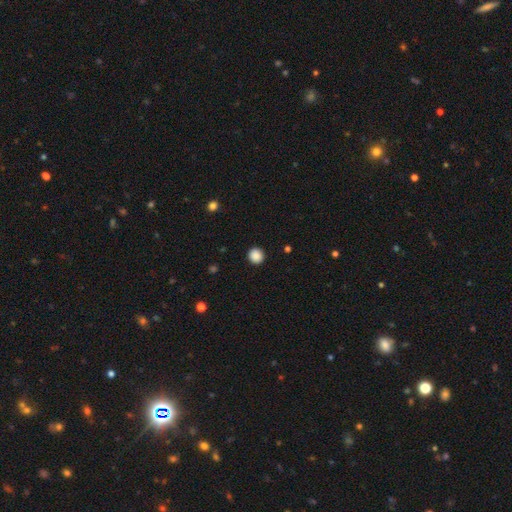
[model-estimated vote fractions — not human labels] Smooth or featured?
  - smooth: 89% *
  - star or artifact: 9%
  - featured or disk: 2%
How rounded?
  - round: 90% *
  - in between: 9%
  - cigar-shaped: 1%
Merging?
  - none: 92% *
  - minor disturbance: 5%
  - major disturbance: 2%
  - merger: 1%